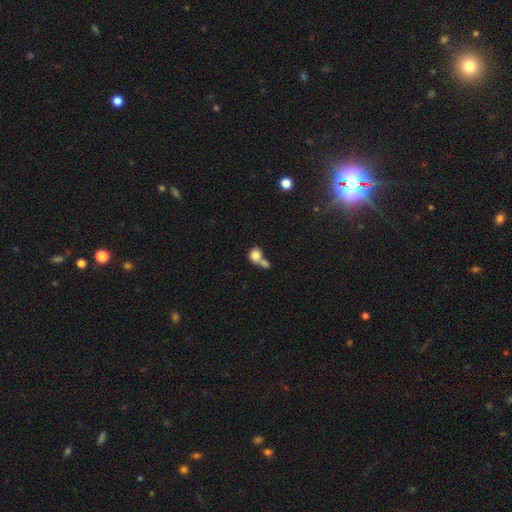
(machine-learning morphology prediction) A smooth galaxy with no disk features (79%) that is round (68%).

Vote fractions:
- Smooth or featured? smooth: 79% / featured or disk: 11% / star or artifact: 9%
- How rounded? round: 68% / in between: 31% / cigar-shaped: 2%
- Merging? merger: 60% / none: 26% / minor disturbance: 8% / major disturbance: 6%